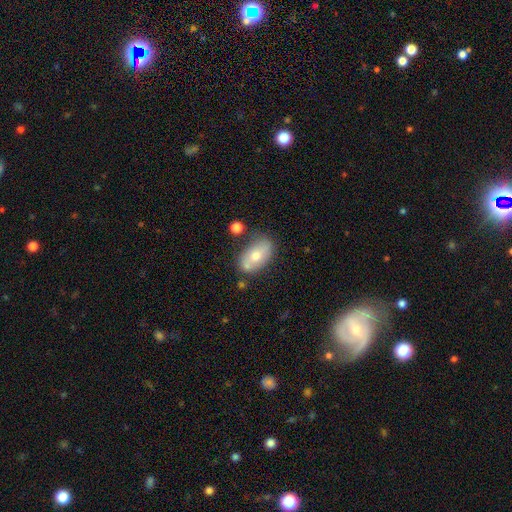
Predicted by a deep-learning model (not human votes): Smooth or featured? Predicted: smooth (p=0.61). How rounded? Predicted: in between (p=0.89). Merging? Predicted: none (p=0.64).